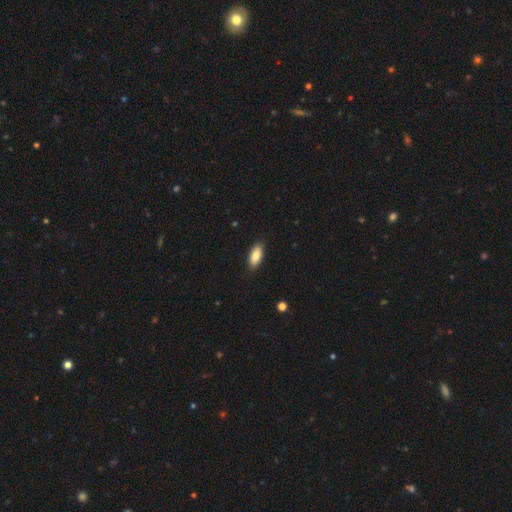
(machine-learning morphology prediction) A smooth galaxy with no disk features (85%) that is in between round and cigar-shaped (83%). Merging: none (87%).